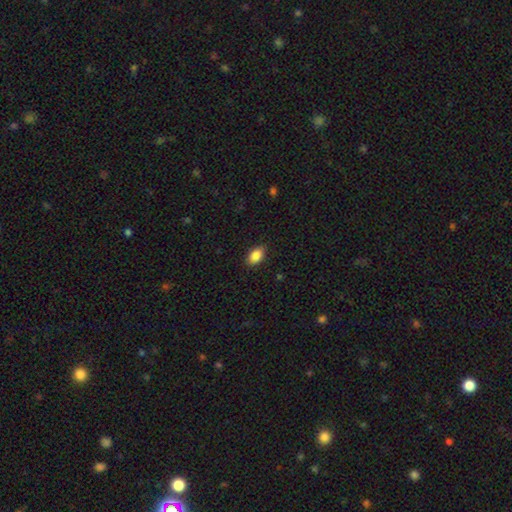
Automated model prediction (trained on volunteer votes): smooth_or_featured: smooth (p=0.87) [alt: star or artifact p=0.08]
how_rounded: in between (p=0.91) [alt: round p=0.07]
merging: none (p=0.88) [alt: minor disturbance p=0.09]